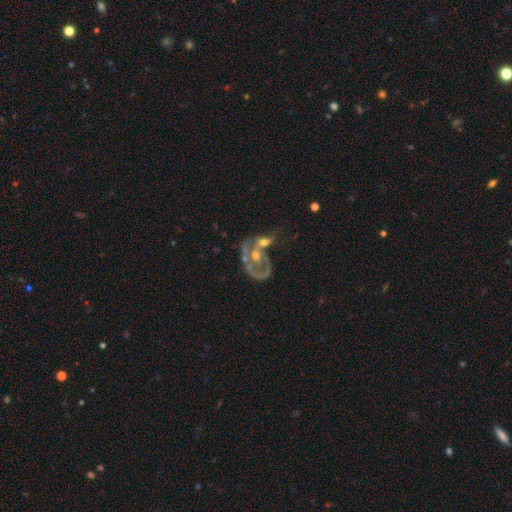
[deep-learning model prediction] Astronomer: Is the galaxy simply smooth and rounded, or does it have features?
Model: featured or disk — 69%.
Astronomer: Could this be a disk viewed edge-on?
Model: no — 97%.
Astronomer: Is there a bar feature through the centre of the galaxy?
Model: no — 83%.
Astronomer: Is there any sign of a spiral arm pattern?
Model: no — 60% (runner-up: yes, 40%).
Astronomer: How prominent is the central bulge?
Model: moderate — 55%.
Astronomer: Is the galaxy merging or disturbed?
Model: merger — 56%.